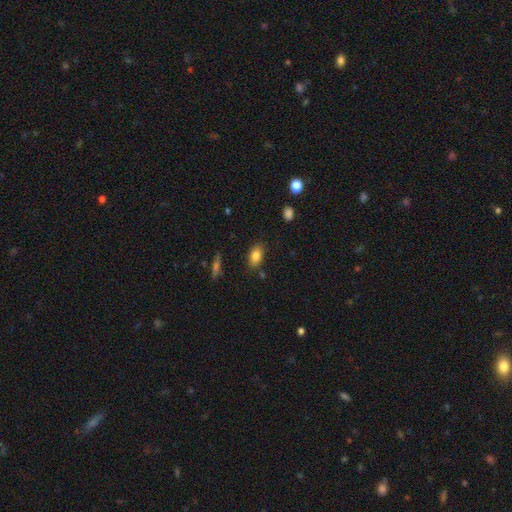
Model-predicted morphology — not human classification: smooth 83%, star or artifact 9%, featured or disk 8%. Down the decision tree: how rounded — in between (87%); merging — none (80%).